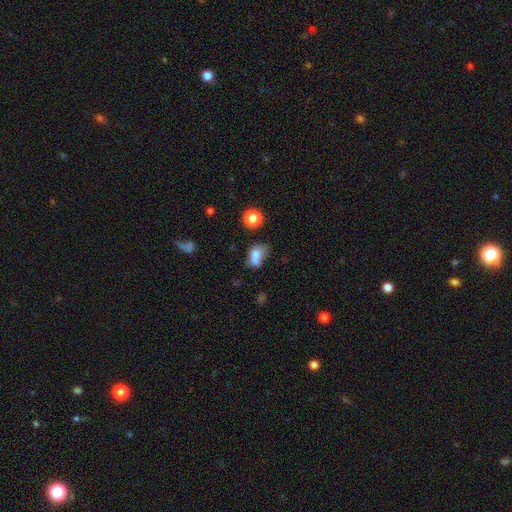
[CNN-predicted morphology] Smooth or featured? Predicted: smooth (p=0.72). How rounded? Predicted: in between (p=0.59). Merging? Predicted: merger (p=0.39).